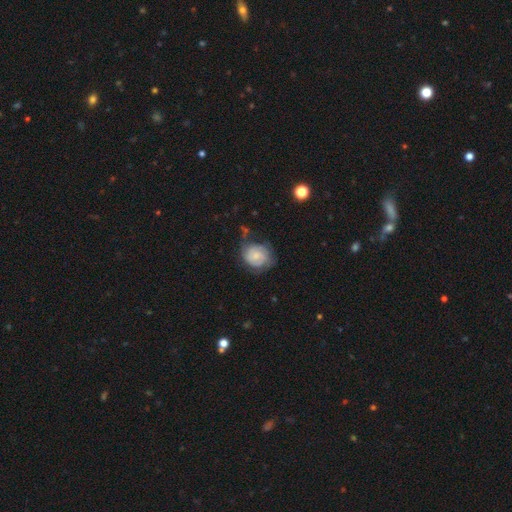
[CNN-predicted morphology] Smooth or featured: featured or disk — 56% (smooth — 36%)
Edge-on disk: no — 98% (yes — 2%)
Bar: no — 63% (weak — 31%)
Spiral arms: yes — 86% (no — 14%)
Bulge size: small — 58% (moderate — 26%)
Merging: none — 54% (minor disturbance — 28%)